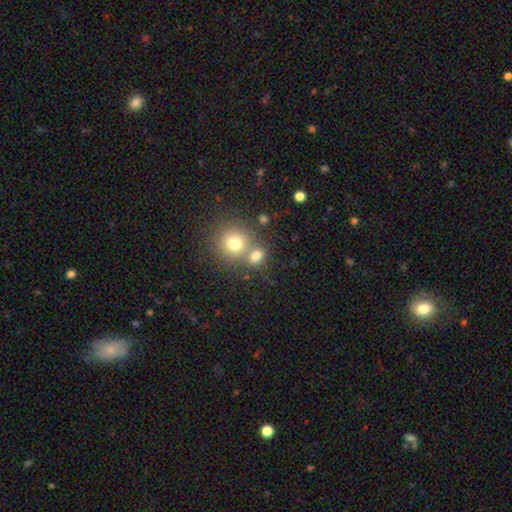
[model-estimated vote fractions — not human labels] Overall: smooth (76%). How rounded: round (66%; in between 33%). Merging: none (44%; merger 43%).